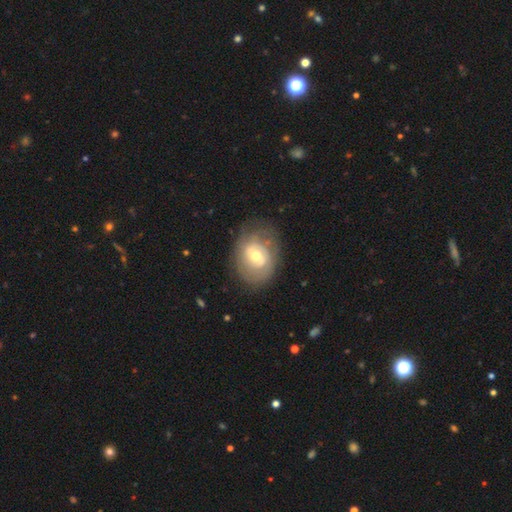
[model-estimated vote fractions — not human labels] This is possibly a featured or disk galaxy (60%). It is clearly not viewed edge-on (96%). Bar: marginally weak (45%). Spiral arm pattern: likely yes (61%). Central bulge: likely moderate (65%). Merging: likely none (69%).